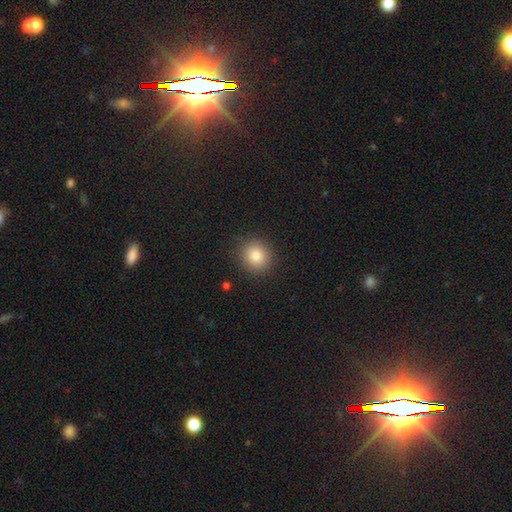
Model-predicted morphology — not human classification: The model was most divided on "how rounded": round: 87%, in between: 12%, cigar-shaped: 1%. More confident: merging — none (87%); smooth or featured — smooth (84%).